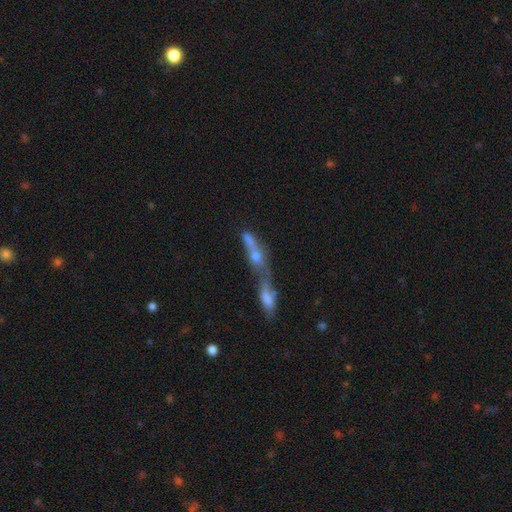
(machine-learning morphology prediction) Smooth or featured: featured or disk — 42% (smooth — 39%)
Merging: merger — 72% (none — 16%)